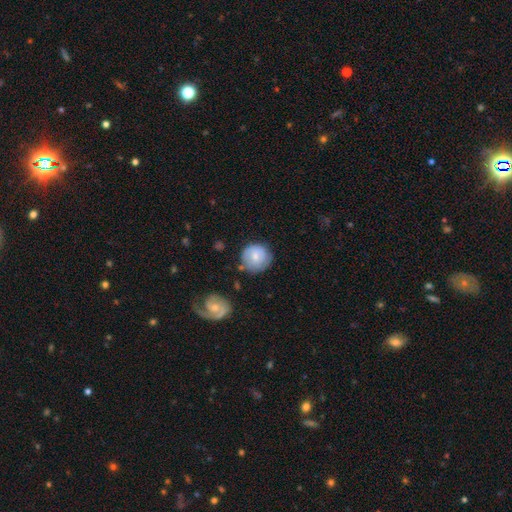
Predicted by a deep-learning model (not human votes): Smooth or featured?
  - smooth: 66% *
  - featured or disk: 27%
  - star or artifact: 7%
How rounded?
  - round: 91% *
  - in between: 8%
  - cigar-shaped: 1%
Merging?
  - none: 71% *
  - minor disturbance: 20%
  - major disturbance: 5%
  - merger: 4%